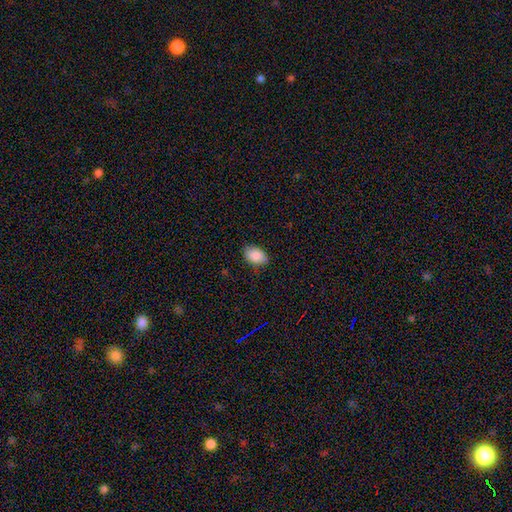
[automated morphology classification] smooth-or-featured: smooth: 88% | star or artifact: 7% | featured or disk: 5%
  how-rounded: in between: 90% | round: 9% | cigar-shaped: 1%
  merging: none: 84% | minor disturbance: 13% | major disturbance: 3% | merger: 1%